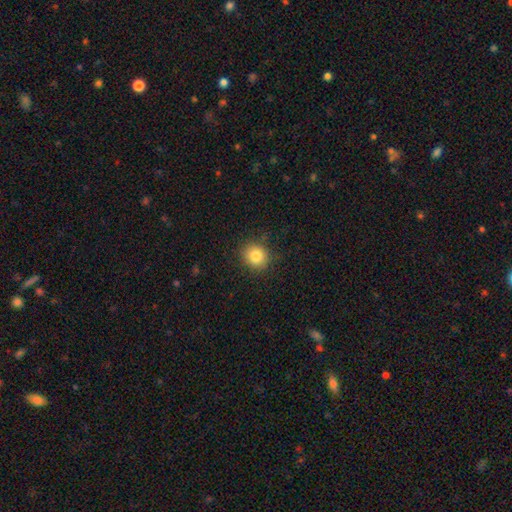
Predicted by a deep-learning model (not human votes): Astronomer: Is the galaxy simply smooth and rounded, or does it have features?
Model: smooth — 84%.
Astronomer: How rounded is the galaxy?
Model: round — 85%.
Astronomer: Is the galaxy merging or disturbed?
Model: none — 87%.